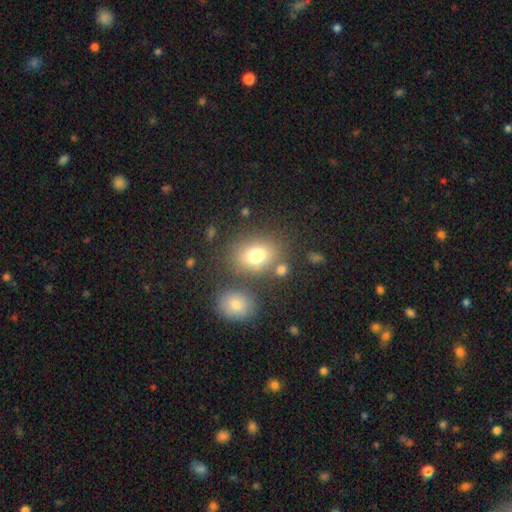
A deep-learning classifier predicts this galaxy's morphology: This is likely a smooth galaxy (76%). How rounded: possibly in between (57%). Merging: likely none (70%).